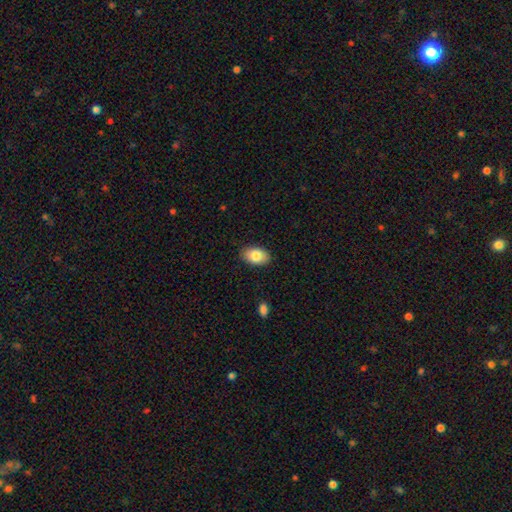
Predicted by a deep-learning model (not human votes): Q: Smooth or featured?
A: smooth (84%); runner-up: featured or disk (10%)
Q: How rounded?
A: in between (91%); runner-up: round (7%)
Q: Merging?
A: none (87%); runner-up: minor disturbance (9%)